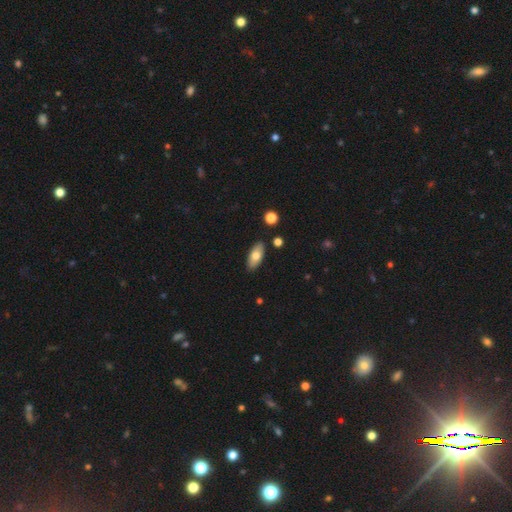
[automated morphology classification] A smooth galaxy with no disk features (72%) that is in between round and cigar-shaped (87%). Merging: none (87%).